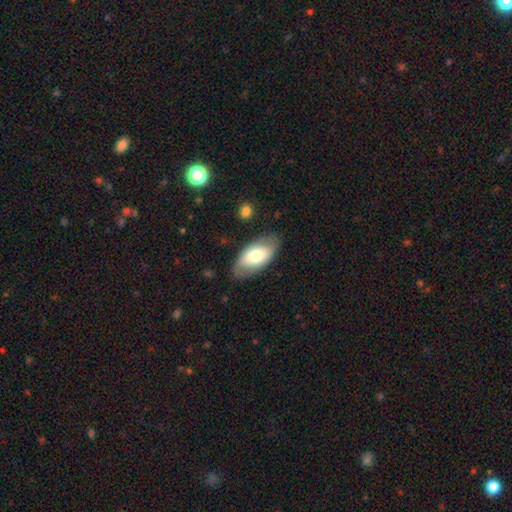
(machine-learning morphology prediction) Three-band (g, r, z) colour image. It shows a smooth galaxy with no disk features (67%) that is in between round and cigar-shaped (94%). Merging: none (78%).